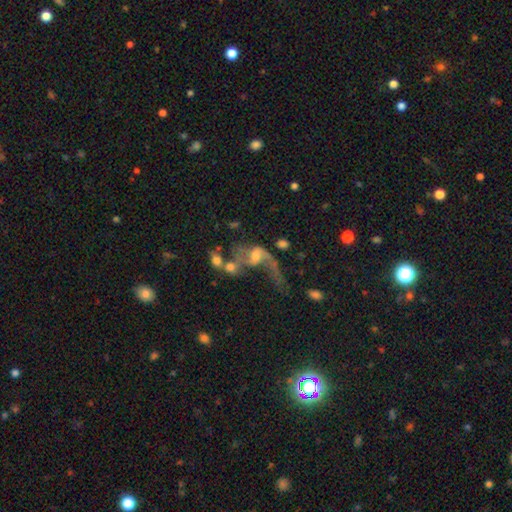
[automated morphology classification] Q: Smooth or featured?
A: featured or disk (65%); runner-up: smooth (21%)
Q: Edge-on disk?
A: no (95%); runner-up: yes (5%)
Q: Bar?
A: no (52%); runner-up: weak (36%)
Q: Spiral arms?
A: yes (70%); runner-up: no (30%)
Q: Bulge size?
A: moderate (41%); runner-up: small (33%)
Q: Merging?
A: merger (39%); runner-up: major disturbance (33%)